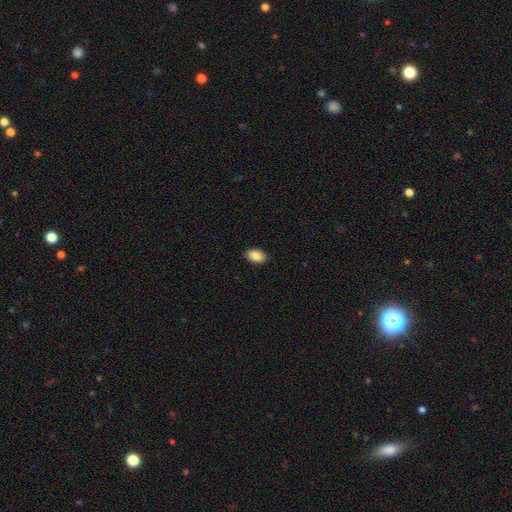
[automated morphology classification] The model was most divided on "smooth or featured": smooth: 87%, star or artifact: 7%, featured or disk: 6%. More confident: how rounded — in between (91%); merging — none (89%).